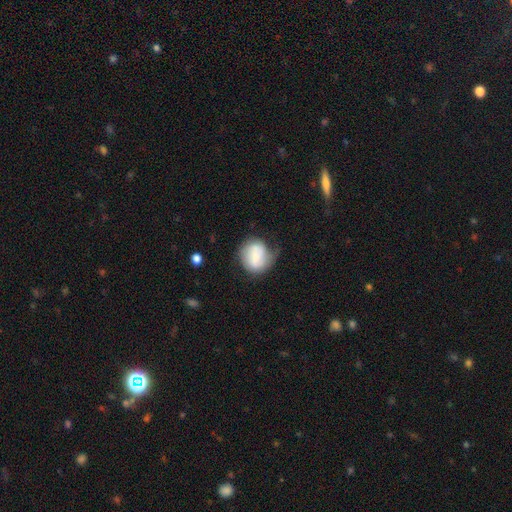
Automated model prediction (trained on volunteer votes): Smooth or featured? smooth (64%)
How rounded? round (71%)
Merging? none (44%)